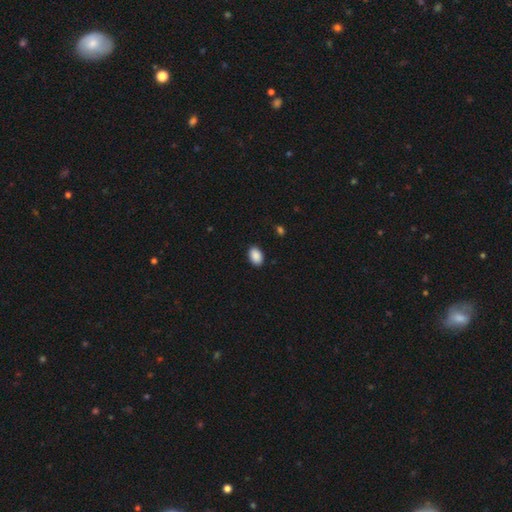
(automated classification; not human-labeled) smooth_or_featured: smooth (p=0.90) [alt: star or artifact p=0.07]
how_rounded: in between (p=0.88) [alt: round p=0.11]
merging: none (p=0.89) [alt: minor disturbance p=0.08]